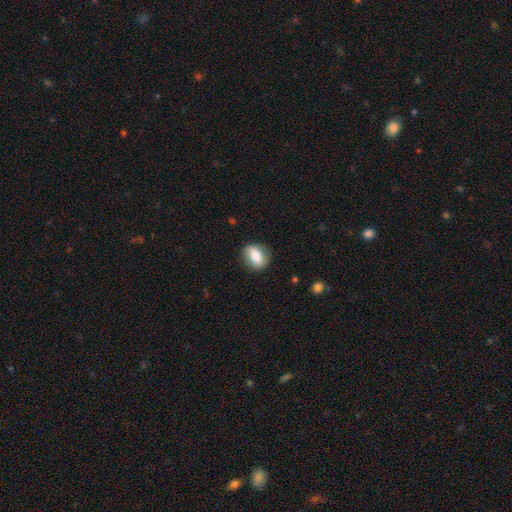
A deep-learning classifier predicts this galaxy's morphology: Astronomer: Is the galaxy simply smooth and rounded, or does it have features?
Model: smooth — 70%.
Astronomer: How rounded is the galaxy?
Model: in between — 58% (runner-up: round, 39%).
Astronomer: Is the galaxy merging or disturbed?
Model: none — 82%.